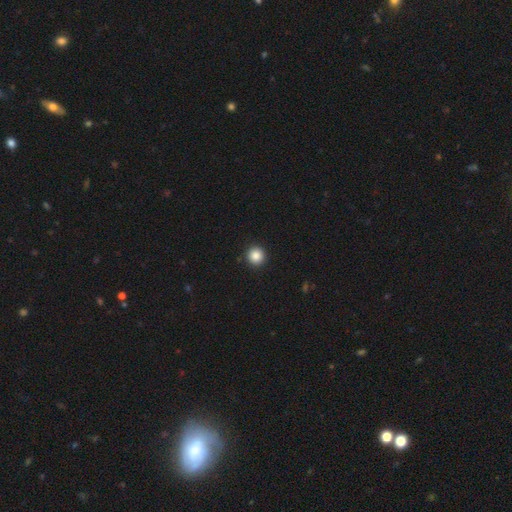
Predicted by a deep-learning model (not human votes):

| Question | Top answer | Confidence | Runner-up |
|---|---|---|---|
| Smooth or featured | smooth | 86% | star or artifact (10%) |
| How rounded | round | 96% | in between (3%) |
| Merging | none | 93% | minor disturbance (4%) |